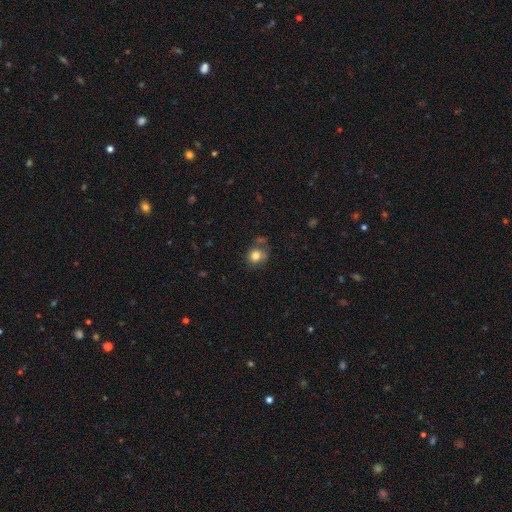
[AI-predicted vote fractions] A smooth galaxy with no disk features (81%) that is round (76%). Merging: none (60%).